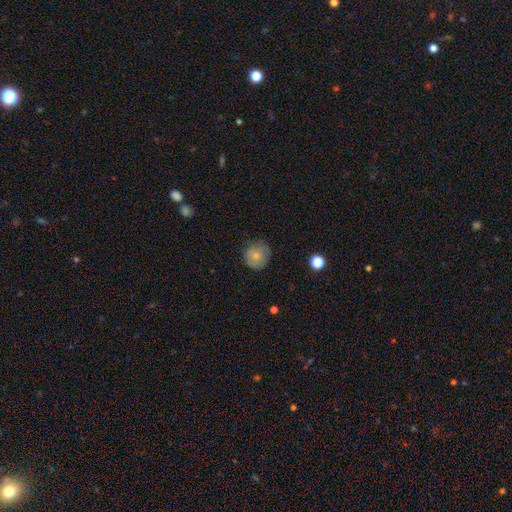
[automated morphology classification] A smooth galaxy with no disk features (75%) that is round (90%).

Vote fractions:
- Smooth or featured? smooth: 75% / featured or disk: 17% / star or artifact: 8%
- How rounded? round: 90% / in between: 9% / cigar-shaped: 1%
- Merging? none: 78% / minor disturbance: 17% / major disturbance: 4% / merger: 1%